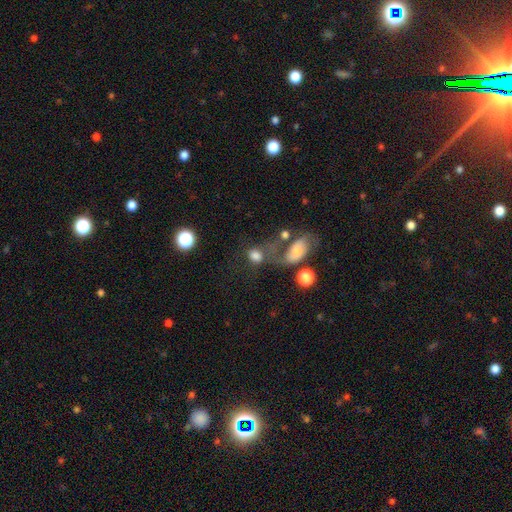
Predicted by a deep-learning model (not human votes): This appears to be a smooth galaxy with no disk features (71%) that is in between round and cigar-shaped (50%). Merging: merger (32%, tied with none).